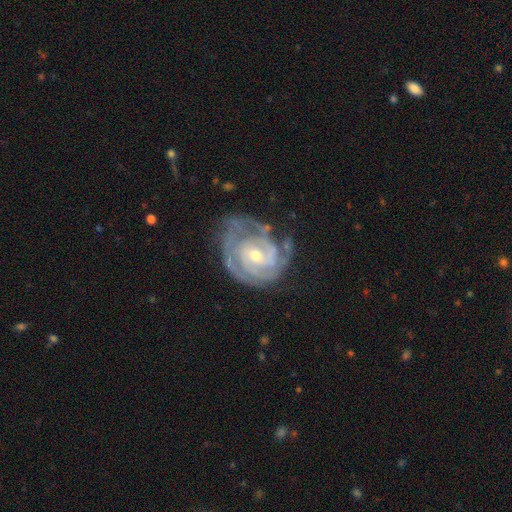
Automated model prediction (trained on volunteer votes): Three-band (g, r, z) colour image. It shows a featured or disk galaxy (87%) with no bar (55%), tight (71%) spiral arms (95%) and a small central bulge (58%). Merging: none (56%).